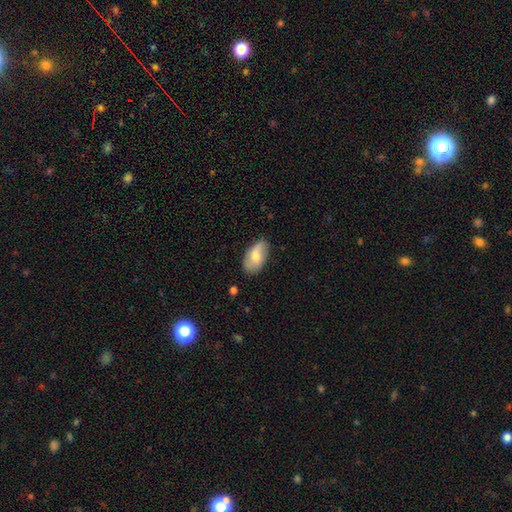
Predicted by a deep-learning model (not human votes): This is likely a smooth galaxy (65%). How rounded: clearly in between (93%). Merging: likely none (75%).